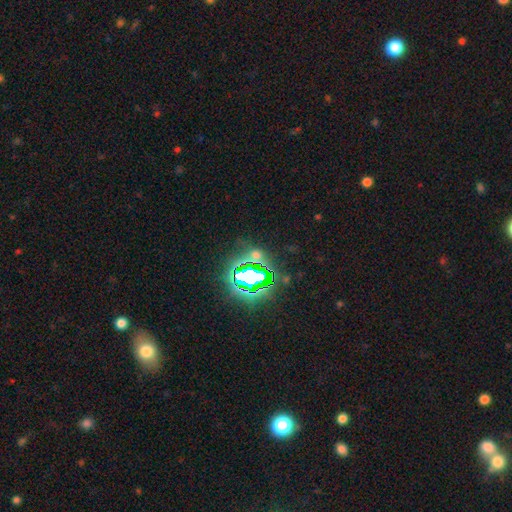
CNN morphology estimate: Q: Smooth or featured?
A: star or artifact (68%); runner-up: smooth (21%)